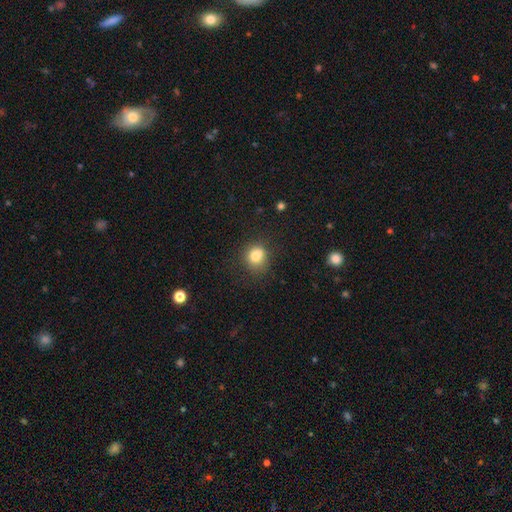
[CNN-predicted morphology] The model was most divided on "merging": none: 66%, minor disturbance: 19%, merger: 9%, major disturbance: 7%. More confident: smooth or featured — smooth (79%); how rounded — round (77%).